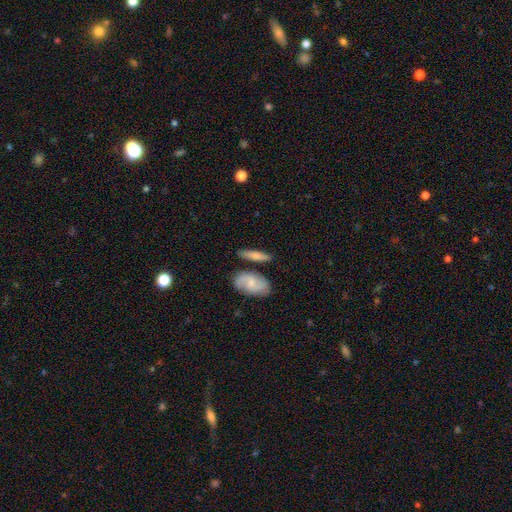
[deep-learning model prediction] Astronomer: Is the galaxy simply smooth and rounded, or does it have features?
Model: smooth — 59% (runner-up: featured or disk, 35%).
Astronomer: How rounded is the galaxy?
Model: cigar-shaped — 57% (runner-up: in between, 37%).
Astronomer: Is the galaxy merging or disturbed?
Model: none — 73%.